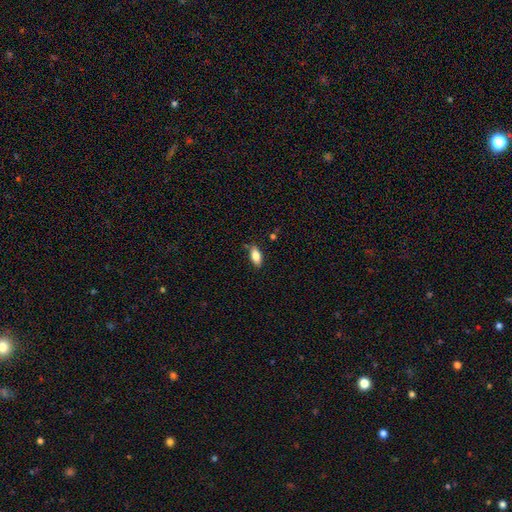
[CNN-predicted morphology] Smooth or featured? Predicted: smooth (p=0.80). How rounded? Predicted: in between (p=0.83). Merging? Predicted: none (p=0.81).